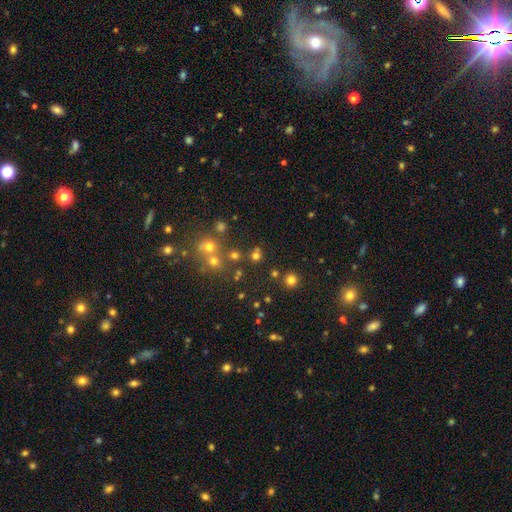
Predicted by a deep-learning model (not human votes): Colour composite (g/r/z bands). It shows a smooth galaxy with no disk features (66%) that is round (90%). Merging: none (77%).